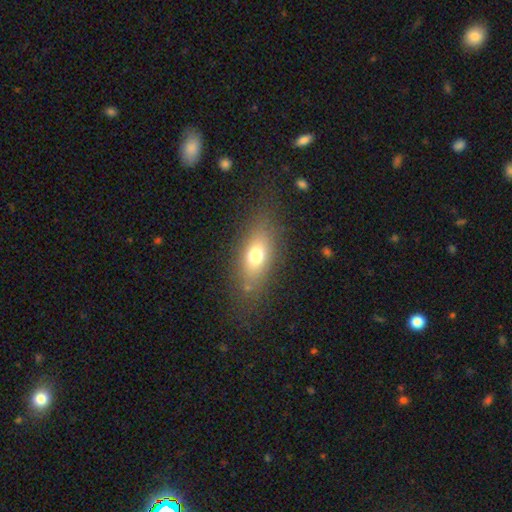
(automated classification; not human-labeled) Smooth or featured? smooth (69%)
How rounded? in between (76%)
Merging? none (78%)